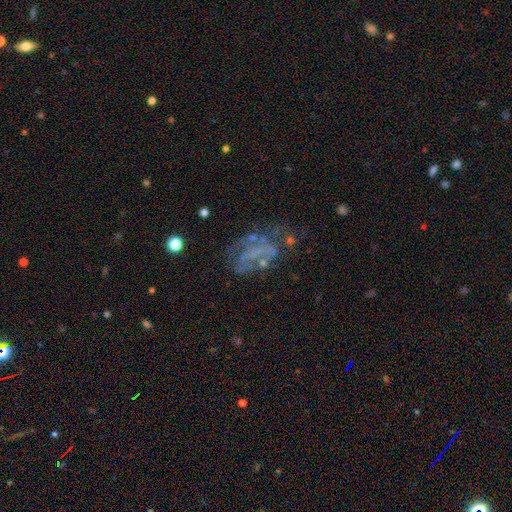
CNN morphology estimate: smooth-or-featured: featured or disk: 53% | star or artifact: 27% | smooth: 20%
  disk-edge-on: no: 95% | yes: 5%
    bar: no: 71% | weak: 19% | strong: 10%
    has-spiral-arms: no: 57% | yes: 43%
    bulge-size: none: 72% | small: 19% | moderate: 5% | large: 2% | dominant: 1%
  merging: none: 43% | major disturbance: 31% | minor disturbance: 20% | merger: 6%